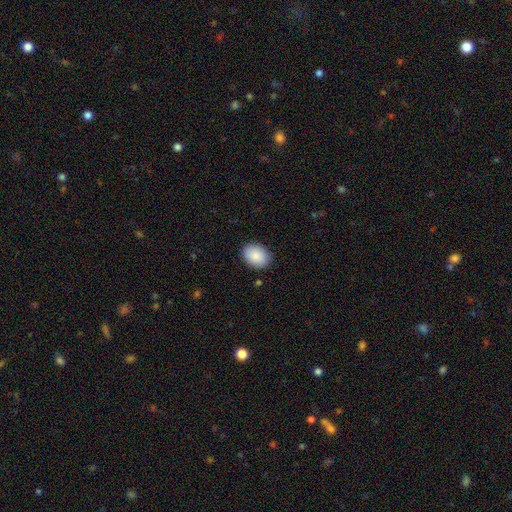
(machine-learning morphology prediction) A smooth galaxy with no disk features (89%) that is in between round and cigar-shaped (71%).

Vote fractions:
- Smooth or featured? smooth: 89% / star or artifact: 6% / featured or disk: 4%
- How rounded? in between: 71% / round: 28% / cigar-shaped: 1%
- Merging? none: 88% / minor disturbance: 9% / major disturbance: 2% / merger: 1%